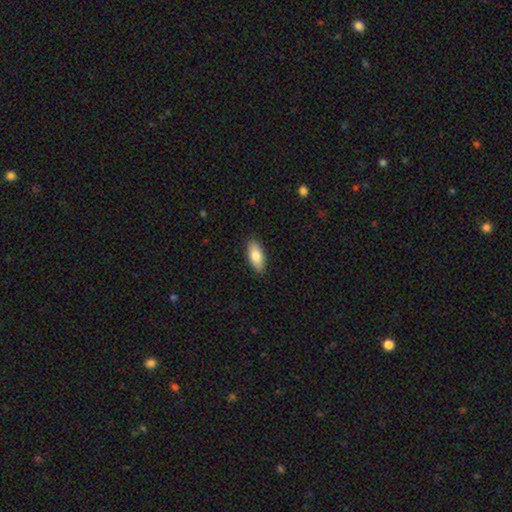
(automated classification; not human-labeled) smooth 83%, featured or disk 11%, star or artifact 6%. Down the decision tree: how rounded — in between (87%); merging — none (89%).